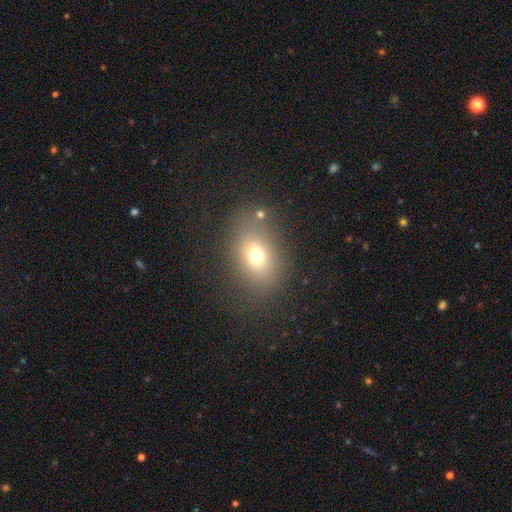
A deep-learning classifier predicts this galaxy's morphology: Smooth or featured? Predicted: smooth (p=0.70). How rounded? Predicted: in between (p=0.67). Merging? Predicted: none (p=0.74).